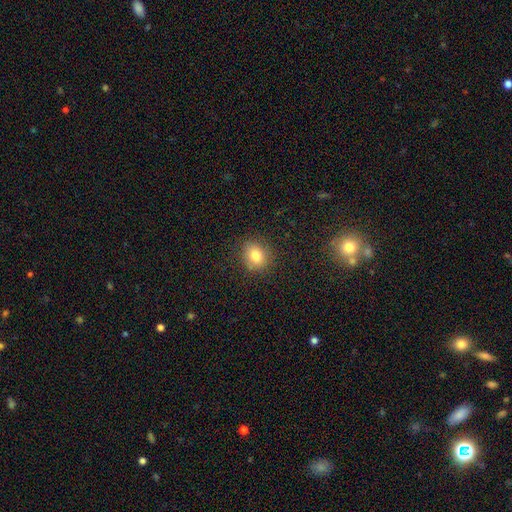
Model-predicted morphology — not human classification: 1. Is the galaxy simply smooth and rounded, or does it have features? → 80% smooth, 12% star or artifact, 9% featured or disk.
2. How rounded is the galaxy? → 67% round, 32% in between, 1% cigar-shaped.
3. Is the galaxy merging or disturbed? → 84% none, 11% minor disturbance, 3% major disturbance, 1% merger.